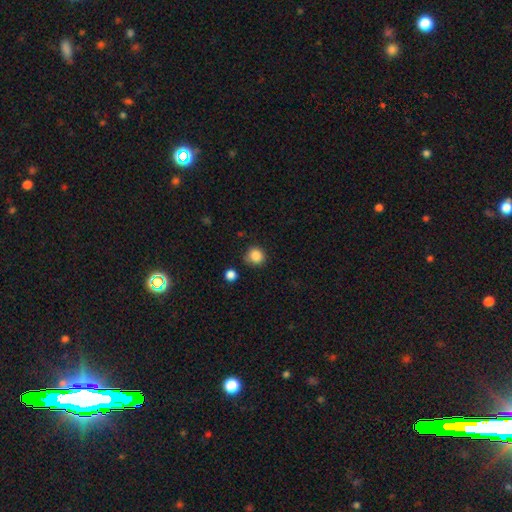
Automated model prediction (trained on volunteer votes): smooth 86%, star or artifact 10%, featured or disk 4%. Down the decision tree: how rounded — round (90%); merging — none (80%).